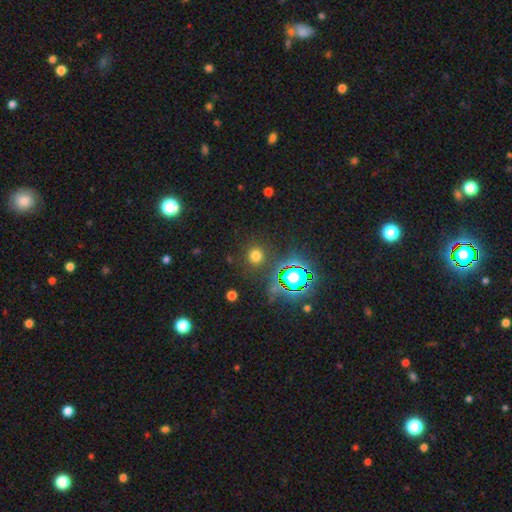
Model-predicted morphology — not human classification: Smooth or featured? Predicted: smooth (p=0.66). How rounded? Predicted: round (p=0.88). Merging? Predicted: none (p=0.87).